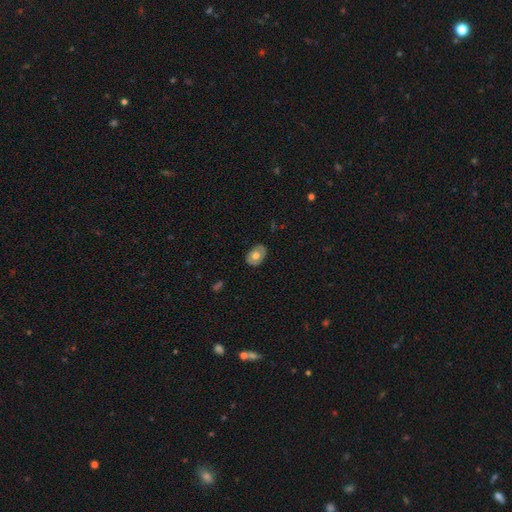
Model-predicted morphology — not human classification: This is possibly a smooth galaxy (60%). How rounded: likely in between (76%). Merging: clearly none (82%).